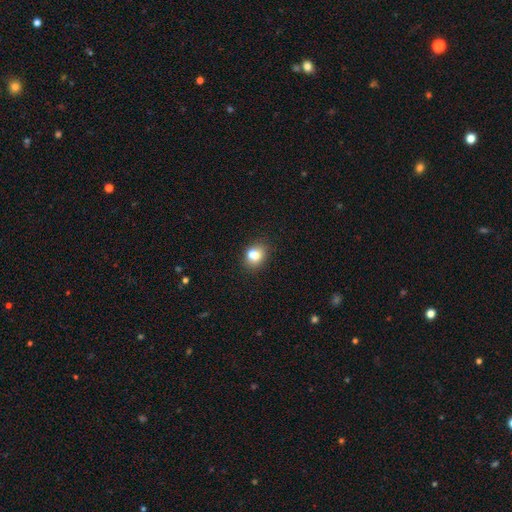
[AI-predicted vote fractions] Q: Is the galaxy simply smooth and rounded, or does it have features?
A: smooth — 72%.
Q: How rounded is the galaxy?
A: round — 55%.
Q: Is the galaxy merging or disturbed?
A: none — 59%.